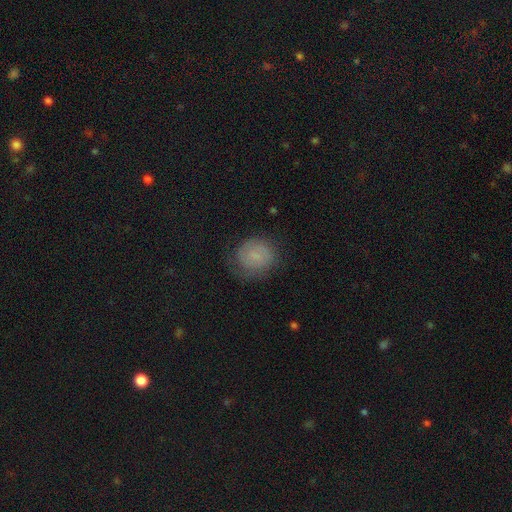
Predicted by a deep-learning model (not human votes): smooth 60%, featured or disk 29%, star or artifact 11%. Down the decision tree: how rounded — round (77%); merging — none (68%).